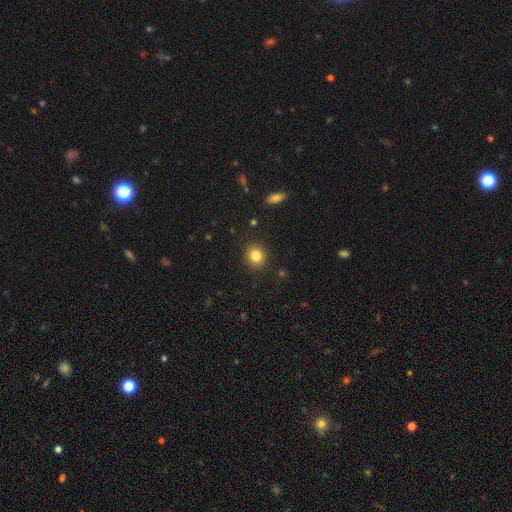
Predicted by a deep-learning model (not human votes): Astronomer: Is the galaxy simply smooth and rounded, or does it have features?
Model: smooth — 83%.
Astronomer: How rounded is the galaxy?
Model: round — 83%.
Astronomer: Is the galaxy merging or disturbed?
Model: none — 90%.